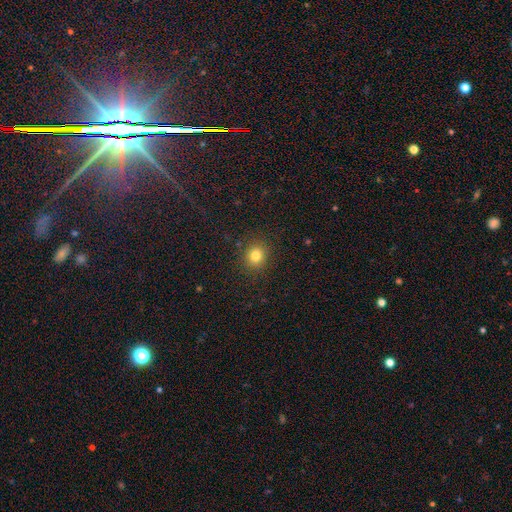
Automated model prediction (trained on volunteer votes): smooth 80%, star or artifact 13%, featured or disk 7%. Down the decision tree: how rounded — round (79%); merging — none (88%).